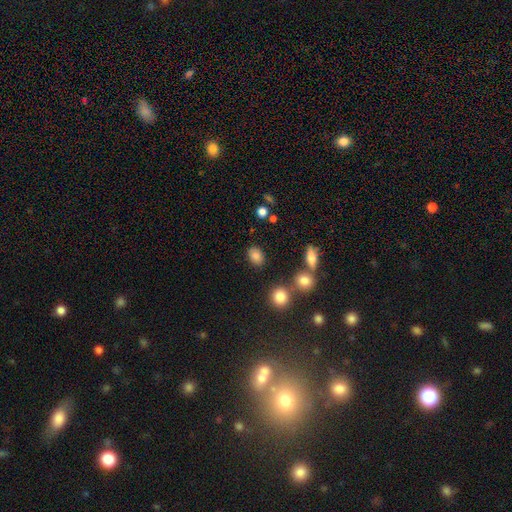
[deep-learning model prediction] smooth_or_featured: smooth (p=0.81) [alt: star or artifact p=0.11]
how_rounded: in between (p=0.72) [alt: round p=0.26]
merging: none (p=0.83) [alt: minor disturbance p=0.09]